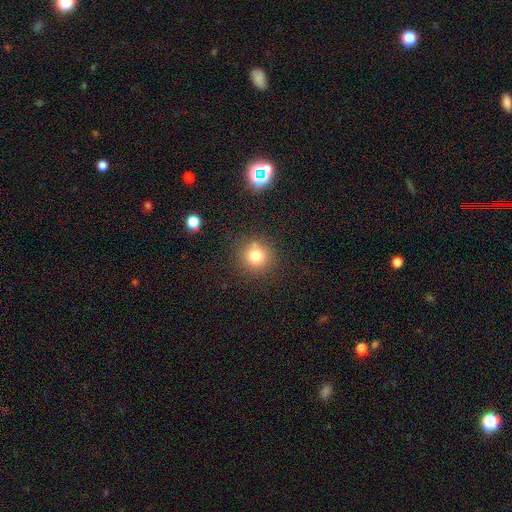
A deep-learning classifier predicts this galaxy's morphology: Smooth or featured? Predicted: smooth (p=0.77). How rounded? Predicted: round (p=0.93). Merging? Predicted: none (p=0.81).